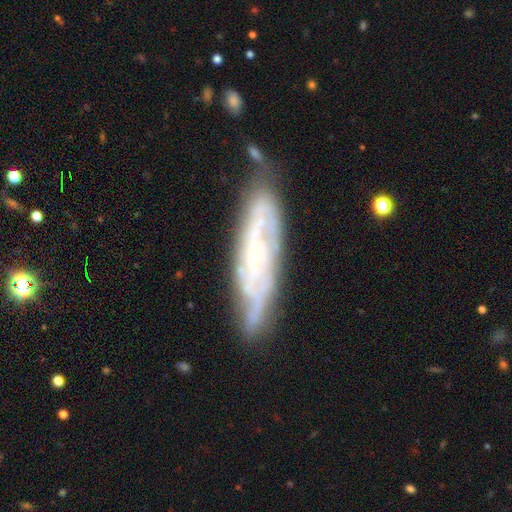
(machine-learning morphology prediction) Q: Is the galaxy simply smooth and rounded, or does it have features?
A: featured or disk — 78%.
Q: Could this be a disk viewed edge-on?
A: no — 72%.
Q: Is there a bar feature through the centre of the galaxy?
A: no — 59%.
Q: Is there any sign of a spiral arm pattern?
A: yes — 90%.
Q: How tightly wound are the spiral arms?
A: tight — 62%.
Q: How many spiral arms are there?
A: can't tell — 48%.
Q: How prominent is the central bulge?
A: small — 71%.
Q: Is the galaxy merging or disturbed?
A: none — 72%.